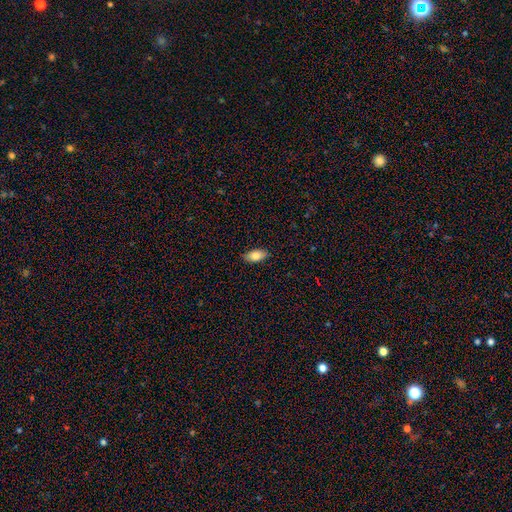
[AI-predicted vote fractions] This appears to be a smooth galaxy with no disk features (81%) that is in between round and cigar-shaped (91%). Merging: none (88%).